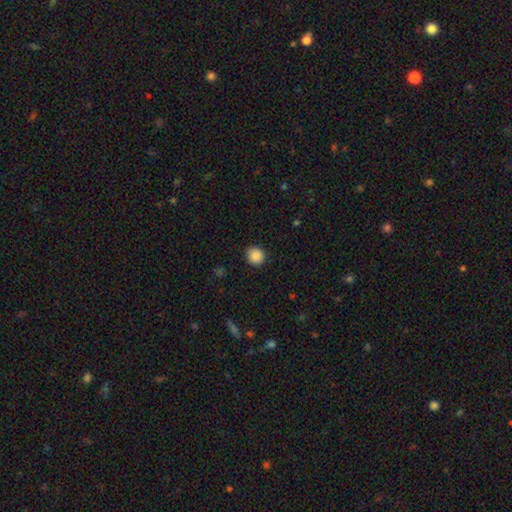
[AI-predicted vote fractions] smooth-or-featured: smooth: 88% | star or artifact: 9% | featured or disk: 3%
  how-rounded: round: 90% | in between: 9% | cigar-shaped: 1%
  merging: none: 90% | minor disturbance: 7% | major disturbance: 2% | merger: 1%